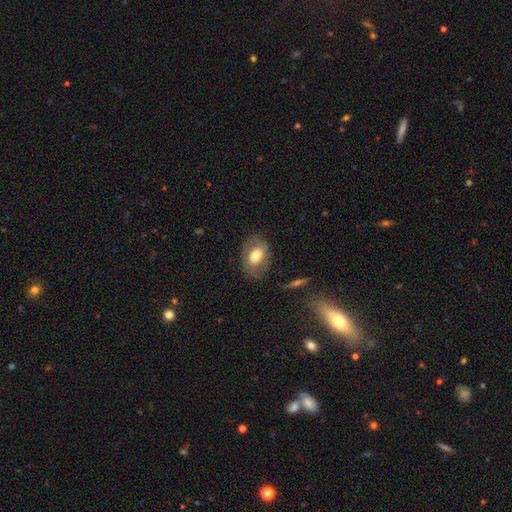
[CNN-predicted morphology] The model was most divided on "smooth or featured": smooth: 60%, featured or disk: 32%, star or artifact: 8%. More confident: how rounded — in between (78%); merging — none (76%).